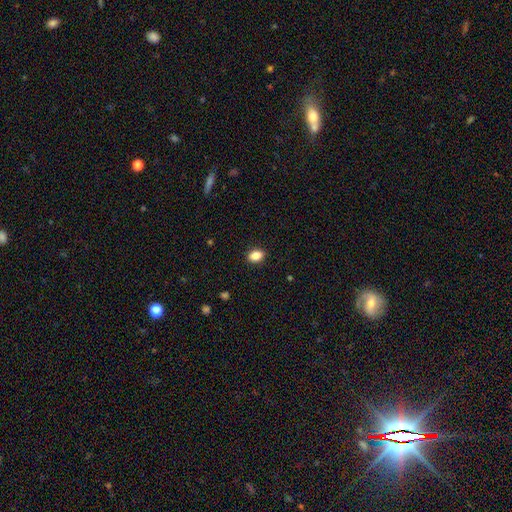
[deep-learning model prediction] This is clearly a smooth galaxy (86%). How rounded: likely in between (78%). Merging: clearly none (89%).